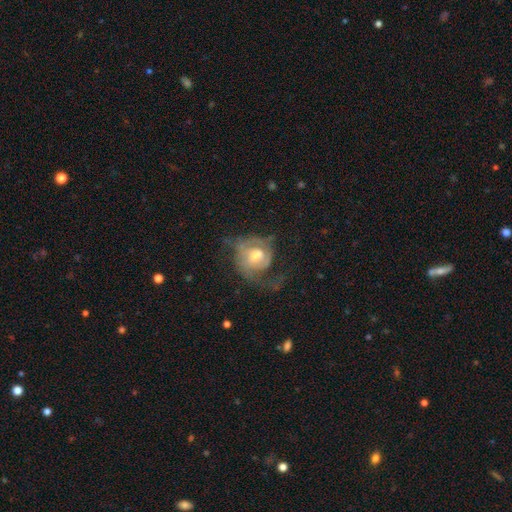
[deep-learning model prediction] smooth_or_featured: featured or disk (p=0.67) [alt: smooth p=0.25]
disk_edge_on: no (p=0.97) [alt: yes p=0.03]
bar: no (p=0.59) [alt: weak p=0.34]
has_spiral_arms: yes (p=0.80) [alt: no p=0.20]
spiral_winding: medium (p=0.39) [alt: tight p=0.32]
spiral_arm_count: 2 (p=0.43) [alt: 1 p=0.23]
bulge_size: moderate (p=0.64) [alt: small p=0.18]
merging: major disturbance (p=0.38) [tied with: none p=0.38]